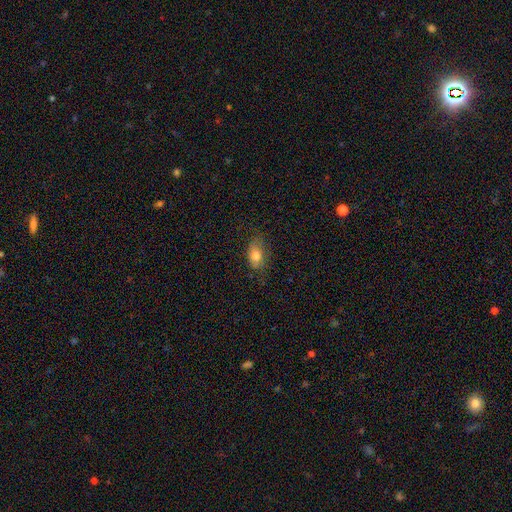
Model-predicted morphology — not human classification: Smooth or featured? Predicted: smooth (p=0.77). How rounded? Predicted: in between (p=0.86). Merging? Predicted: none (p=0.66).